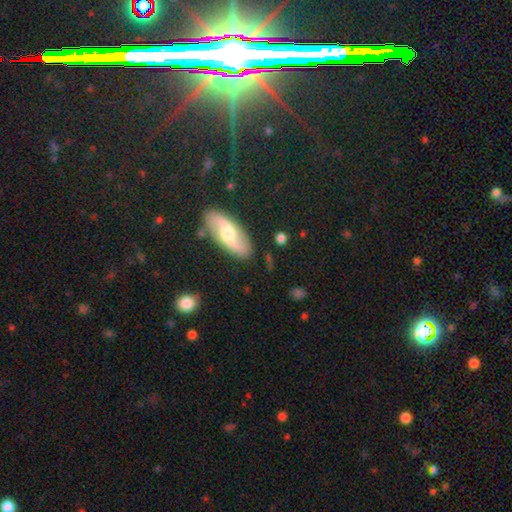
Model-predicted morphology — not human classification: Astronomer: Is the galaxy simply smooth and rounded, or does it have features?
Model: featured or disk — 40% (runner-up: smooth, 33%).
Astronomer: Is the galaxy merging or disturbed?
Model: none — 80%.